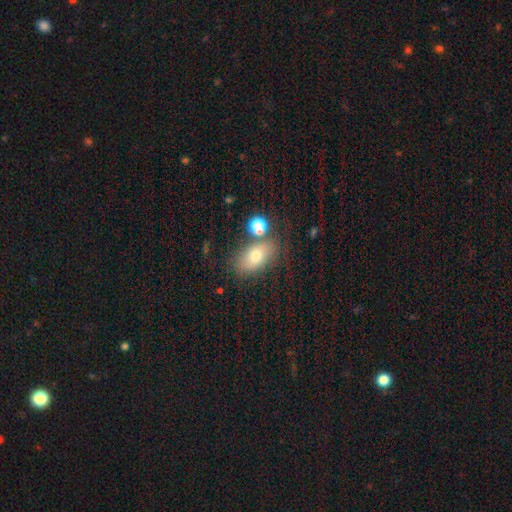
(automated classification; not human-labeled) Smooth or featured? Predicted: smooth (p=0.71). How rounded? Predicted: in between (p=0.86). Merging? Predicted: none (p=0.67).